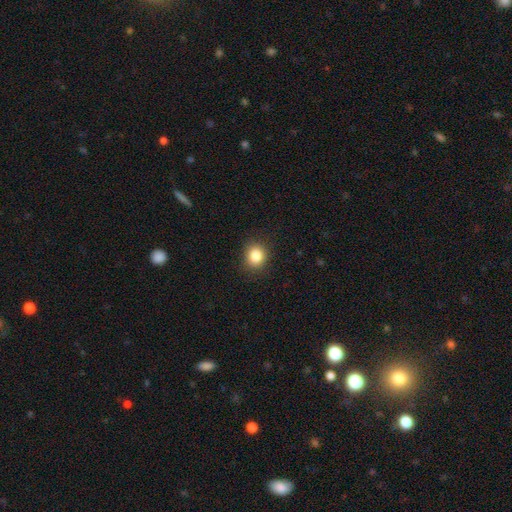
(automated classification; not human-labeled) smooth_or_featured: smooth (p=0.84) [alt: star or artifact p=0.11]
how_rounded: round (p=0.80) [alt: in between p=0.19]
merging: none (p=0.89) [alt: minor disturbance p=0.07]